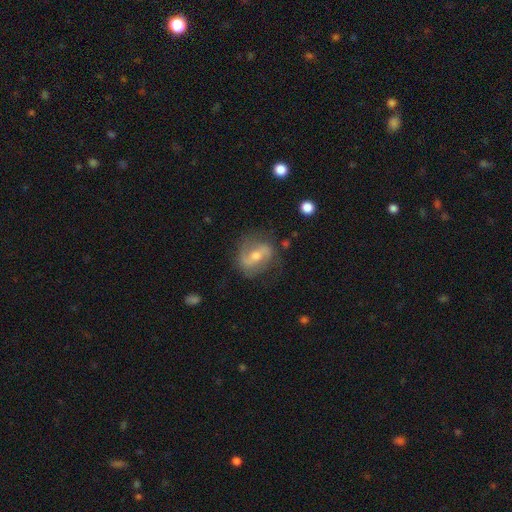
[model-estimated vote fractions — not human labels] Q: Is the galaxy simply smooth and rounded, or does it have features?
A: featured or disk — 67%.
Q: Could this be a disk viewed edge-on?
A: no — 91%.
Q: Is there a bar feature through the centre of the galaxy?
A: strong — 50%.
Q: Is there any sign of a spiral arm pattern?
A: yes — 70%.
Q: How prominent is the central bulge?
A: moderate — 63%.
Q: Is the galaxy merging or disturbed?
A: none — 71%.